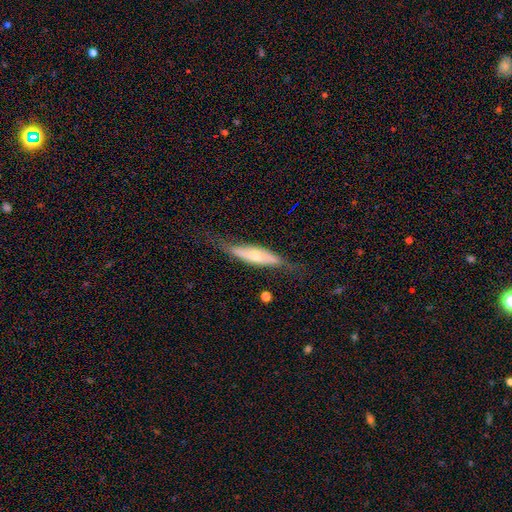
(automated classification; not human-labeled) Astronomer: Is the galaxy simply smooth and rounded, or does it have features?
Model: featured or disk — 57% (runner-up: smooth, 37%).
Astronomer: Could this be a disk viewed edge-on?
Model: yes — 63%.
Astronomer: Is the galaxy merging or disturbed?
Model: none — 64%.